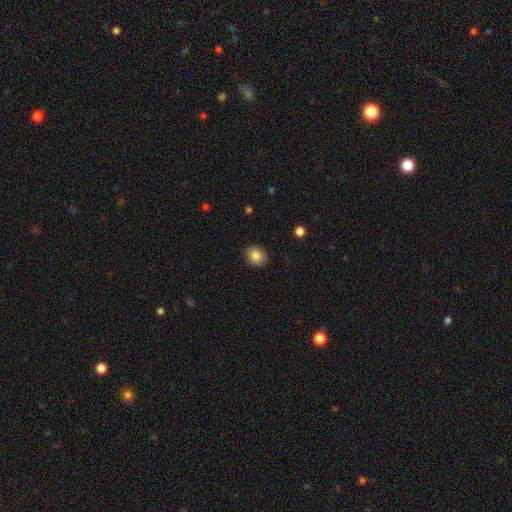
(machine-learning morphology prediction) Smooth or featured: smooth — 84% (star or artifact — 9%)
How rounded: round — 64% (in between — 35%)
Merging: none — 88% (minor disturbance — 9%)